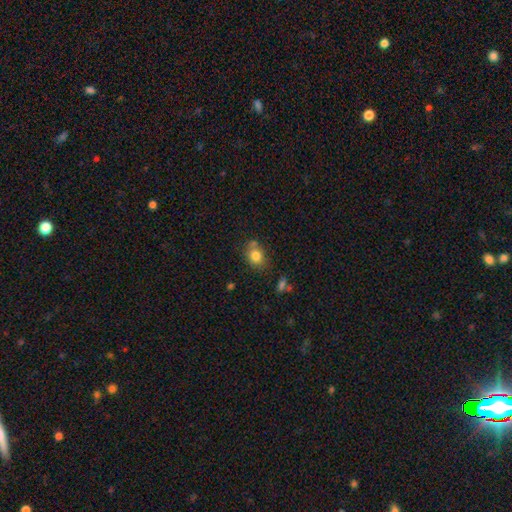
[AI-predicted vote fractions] Smooth or featured?
  - smooth: 79% *
  - featured or disk: 10%
  - star or artifact: 10%
How rounded?
  - round: 50% *
  - in between: 49%
  - cigar-shaped: 1%
Merging?
  - none: 63% *
  - minor disturbance: 19%
  - merger: 13%
  - major disturbance: 5%